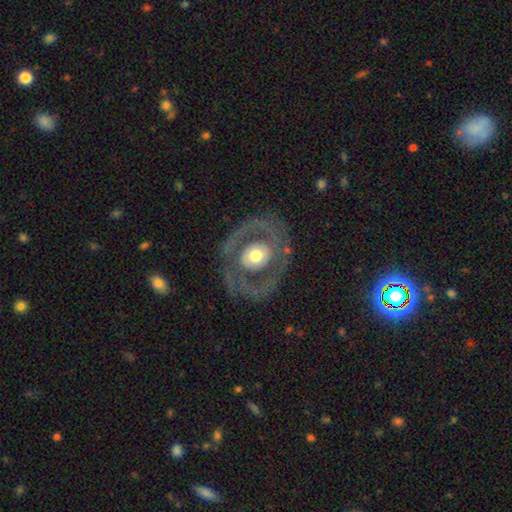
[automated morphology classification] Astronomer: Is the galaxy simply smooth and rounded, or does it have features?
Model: featured or disk — 65%.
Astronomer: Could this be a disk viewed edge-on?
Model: no — 95%.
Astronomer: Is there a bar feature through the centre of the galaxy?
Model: no — 80%.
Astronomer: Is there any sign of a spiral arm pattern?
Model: no — 68%.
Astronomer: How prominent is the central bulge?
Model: moderate — 55% (runner-up: large, 35%).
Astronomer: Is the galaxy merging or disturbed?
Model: none — 75%.